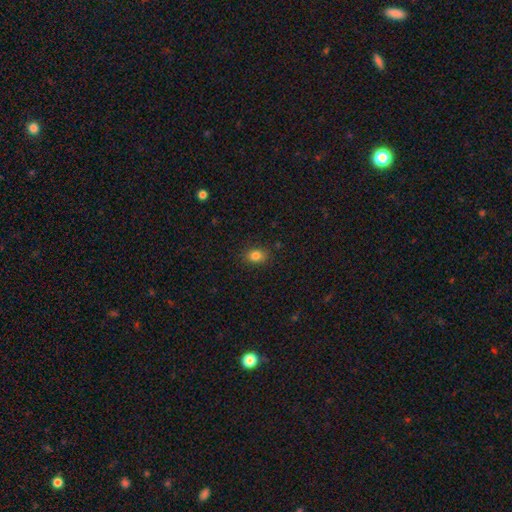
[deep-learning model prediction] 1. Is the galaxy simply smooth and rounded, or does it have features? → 83% smooth, 11% star or artifact, 6% featured or disk.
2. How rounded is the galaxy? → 63% in between, 36% round, 1% cigar-shaped.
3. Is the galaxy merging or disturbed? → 87% none, 9% minor disturbance, 2% major disturbance, 1% merger.